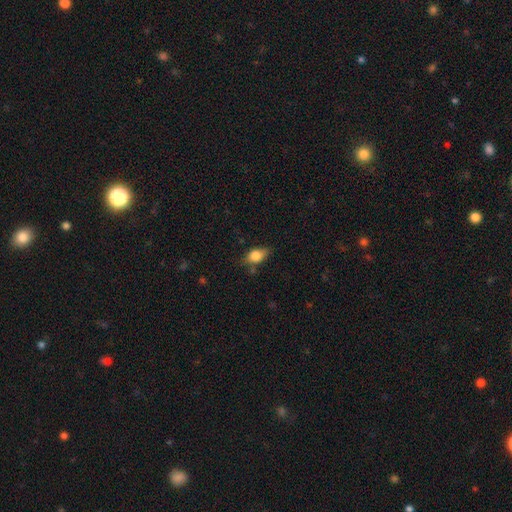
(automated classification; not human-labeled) The model was most divided on "merging": none: 65%, minor disturbance: 26%, major disturbance: 6%, merger: 3%. More confident: how rounded — in between (79%); smooth or featured — smooth (78%).